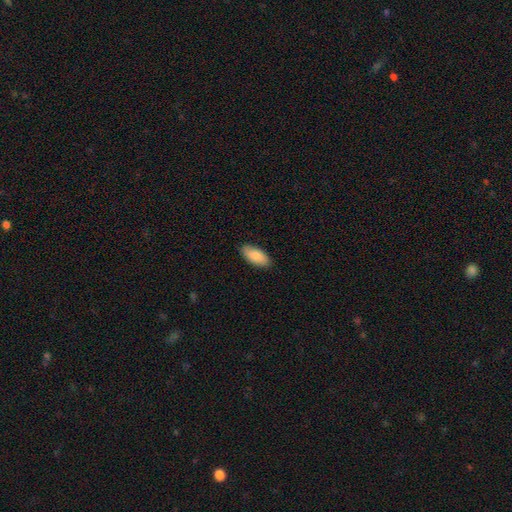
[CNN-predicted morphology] Smooth or featured?
  - smooth: 88% *
  - featured or disk: 6%
  - star or artifact: 5%
How rounded?
  - in between: 91% *
  - cigar-shaped: 8%
  - round: 2%
Merging?
  - none: 88% *
  - minor disturbance: 10%
  - major disturbance: 2%
  - merger: 1%